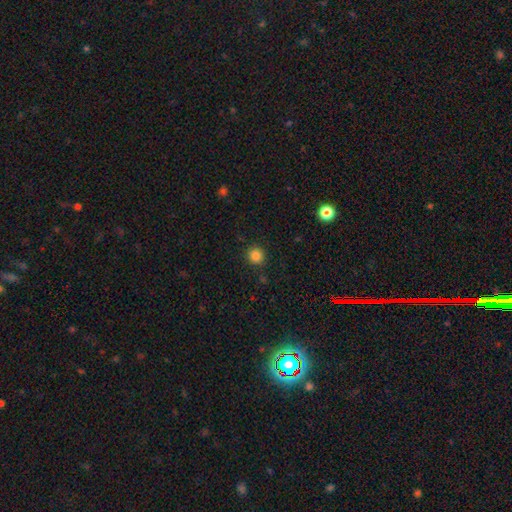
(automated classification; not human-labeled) smooth_or_featured: smooth (p=0.84) [alt: star or artifact p=0.12]
how_rounded: round (p=0.92) [alt: in between p=0.07]
merging: none (p=0.90) [alt: minor disturbance p=0.06]